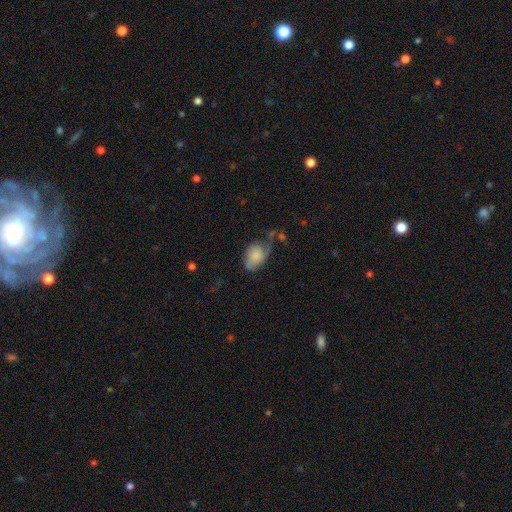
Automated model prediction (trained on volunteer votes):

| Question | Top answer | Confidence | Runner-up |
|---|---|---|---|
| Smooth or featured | smooth | 71% | featured or disk (21%) |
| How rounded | in between | 83% | round (16%) |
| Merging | none | 35% | minor disturbance (33%) |